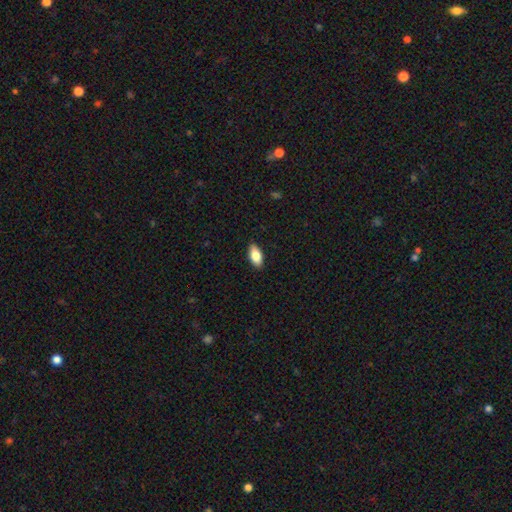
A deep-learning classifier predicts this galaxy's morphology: smooth 82%, featured or disk 12%, star or artifact 7%. Down the decision tree: how rounded — in between (90%); merging — none (88%).